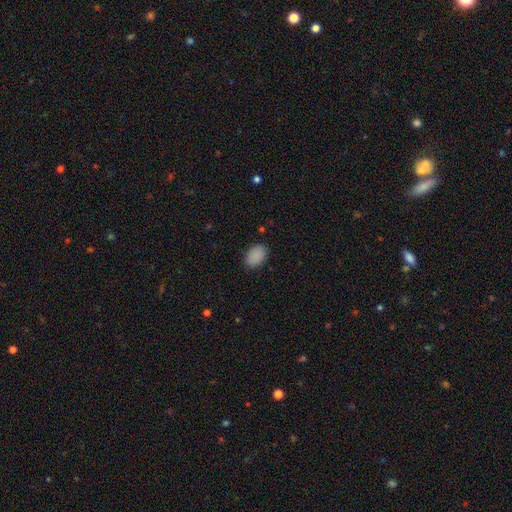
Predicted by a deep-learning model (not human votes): Smooth or featured?
  - smooth: 89% *
  - star or artifact: 8%
  - featured or disk: 3%
How rounded?
  - in between: 86% *
  - round: 12%
  - cigar-shaped: 1%
Merging?
  - none: 87% *
  - minor disturbance: 10%
  - major disturbance: 2%
  - merger: 1%